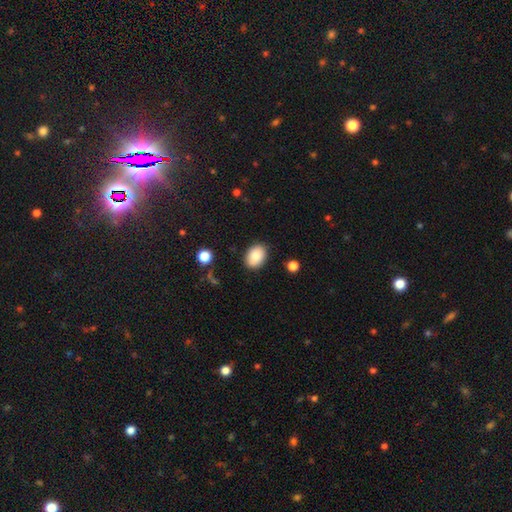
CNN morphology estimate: The model was most divided on "how rounded": in between: 78%, round: 21%, cigar-shaped: 1%. More confident: merging — none (86%); smooth or featured — smooth (86%).